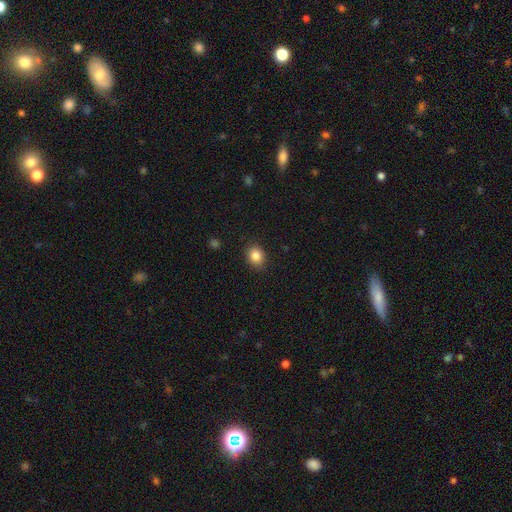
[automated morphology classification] smooth_or_featured: smooth (p=0.85) [alt: star or artifact p=0.10]
how_rounded: round (p=0.62) [alt: in between p=0.37]
merging: none (p=0.88) [alt: minor disturbance p=0.09]